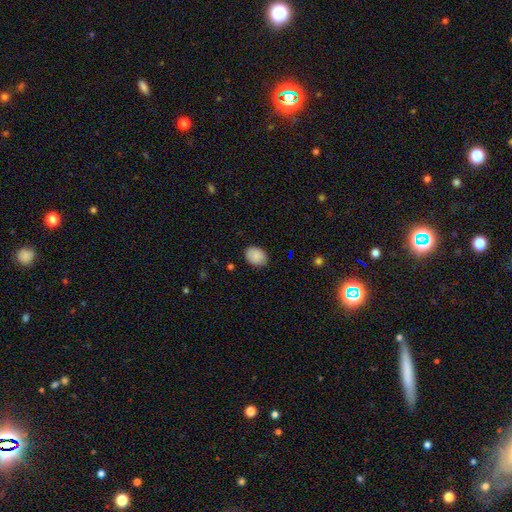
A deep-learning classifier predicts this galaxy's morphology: A smooth galaxy with no disk features (88%) that is in between round and cigar-shaped (62%). Merging: none (85%).